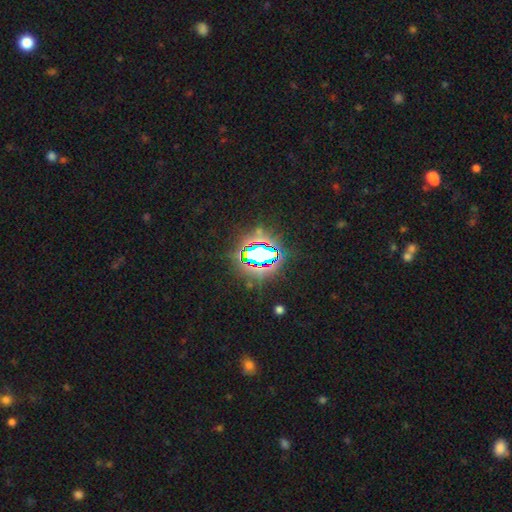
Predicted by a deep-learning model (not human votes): A star or artifact, not a galaxy (75%).

Vote fractions:
- Smooth or featured? star or artifact: 75% / smooth: 15% / featured or disk: 10%